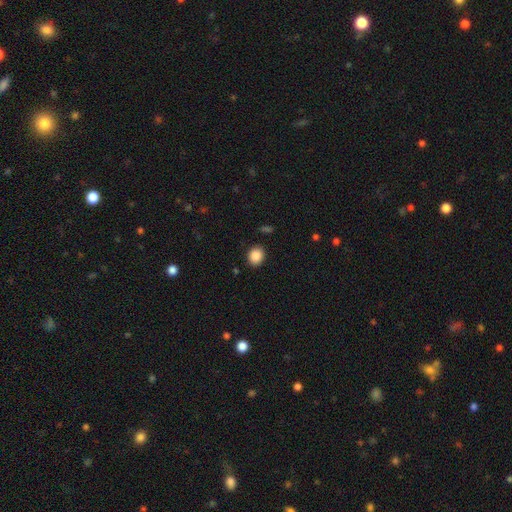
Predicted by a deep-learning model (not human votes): Smooth or featured? smooth (88%)
How rounded? round (66%)
Merging? none (88%)